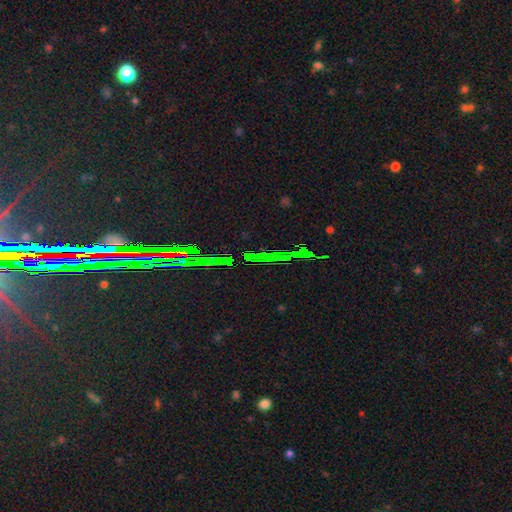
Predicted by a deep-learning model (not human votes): Smooth or featured? Predicted: star or artifact (p=0.81).